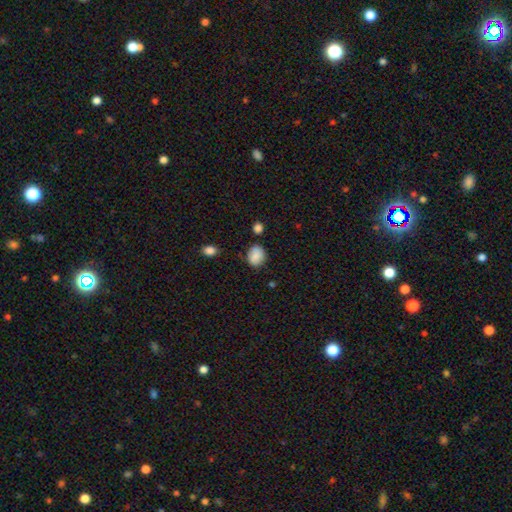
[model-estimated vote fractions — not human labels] A smooth galaxy with no disk features (85%) that is in between round and cigar-shaped (57%). Merging: none (74%).